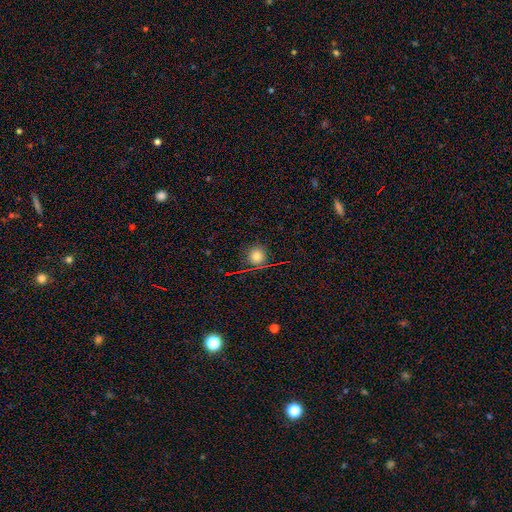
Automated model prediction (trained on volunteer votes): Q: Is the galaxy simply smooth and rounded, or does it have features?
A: smooth — 75%.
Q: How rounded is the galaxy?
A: round — 93%.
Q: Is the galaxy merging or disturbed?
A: none — 86%.